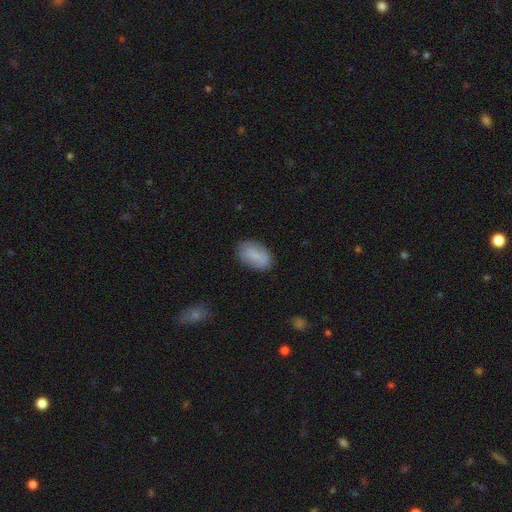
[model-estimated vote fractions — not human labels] smooth-or-featured: smooth: 74% | featured or disk: 18% | star or artifact: 7%
  how-rounded: in between: 91% | round: 7% | cigar-shaped: 2%
  merging: none: 78% | minor disturbance: 16% | major disturbance: 4% | merger: 2%